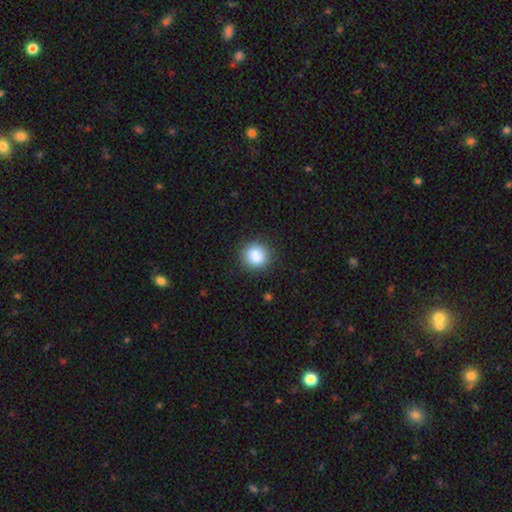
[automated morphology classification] smooth 87%, star or artifact 9%, featured or disk 4%. Down the decision tree: how rounded — round (86%); merging — none (86%).